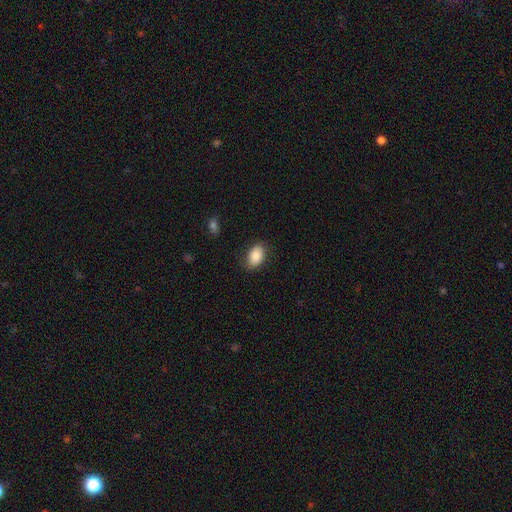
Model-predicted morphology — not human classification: Smooth or featured: smooth — 86% (featured or disk — 7%)
How rounded: in between — 88% (round — 11%)
Merging: none — 81% (minor disturbance — 14%)